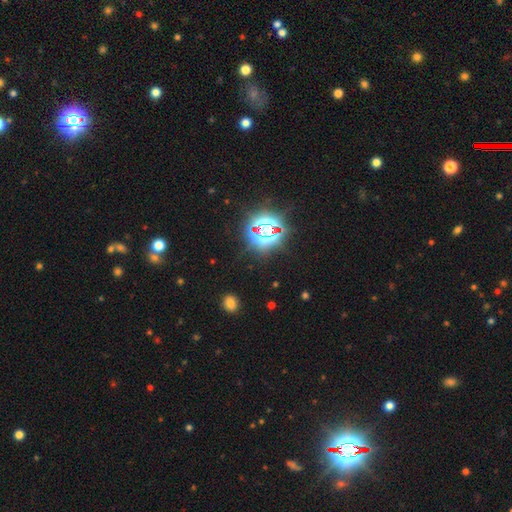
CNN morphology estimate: Smooth or featured? star or artifact (75%)